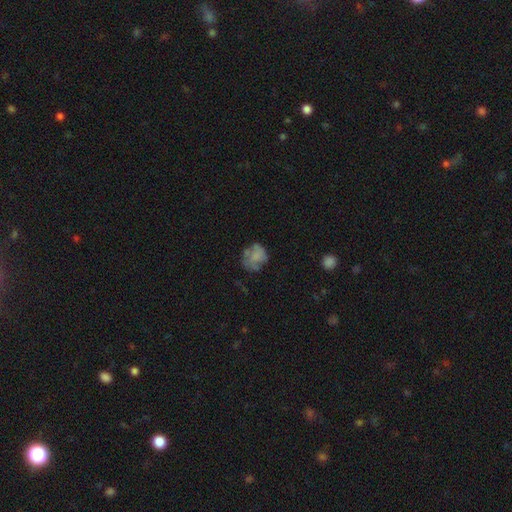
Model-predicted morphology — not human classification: smooth_or_featured: smooth (p=0.56) [alt: featured or disk p=0.33]
how_rounded: round (p=0.67) [alt: in between p=0.32]
merging: none (p=0.54) [alt: minor disturbance p=0.26]